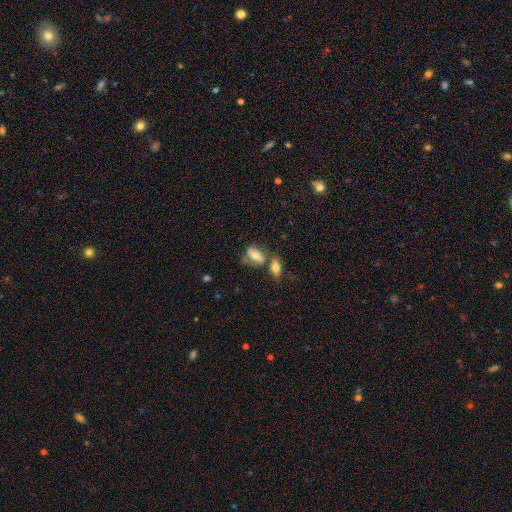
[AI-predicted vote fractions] Overall: smooth (54%; featured or disk 36%). How rounded: in between (82%). Merging: merger (38%; none 36%).